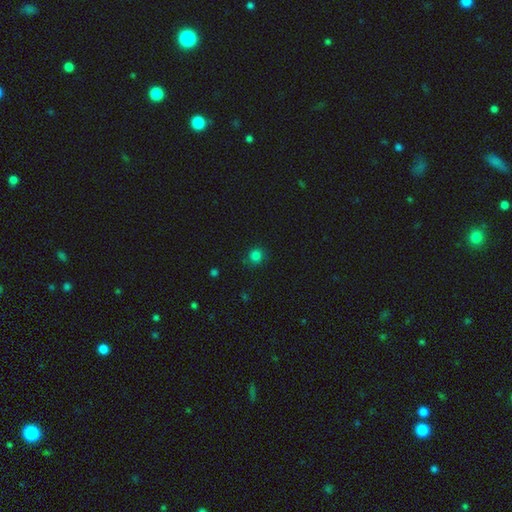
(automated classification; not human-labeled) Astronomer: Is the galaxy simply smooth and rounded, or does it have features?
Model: smooth — 81%.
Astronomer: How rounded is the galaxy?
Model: round — 90%.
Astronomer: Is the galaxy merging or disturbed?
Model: none — 84%.